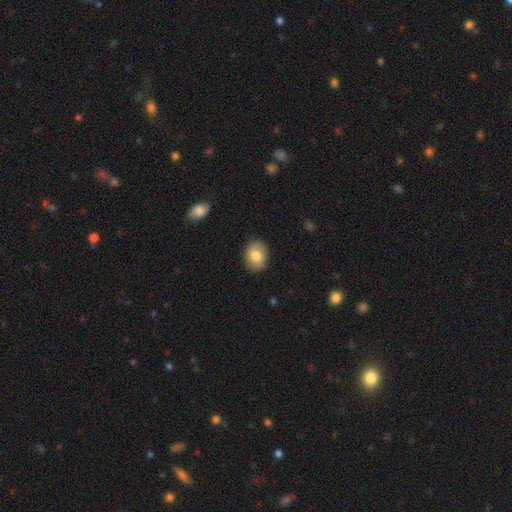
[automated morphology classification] smooth-or-featured: smooth: 79% | featured or disk: 14% | star or artifact: 7%
  how-rounded: in between: 58% | round: 41% | cigar-shaped: 1%
  merging: none: 87% | minor disturbance: 10% | major disturbance: 2% | merger: 1%